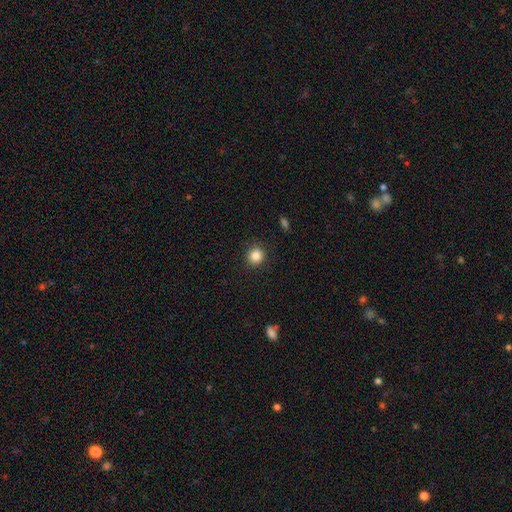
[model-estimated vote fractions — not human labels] This appears to be a smooth galaxy with no disk features (85%) that is round (91%). Merging: none (90%).